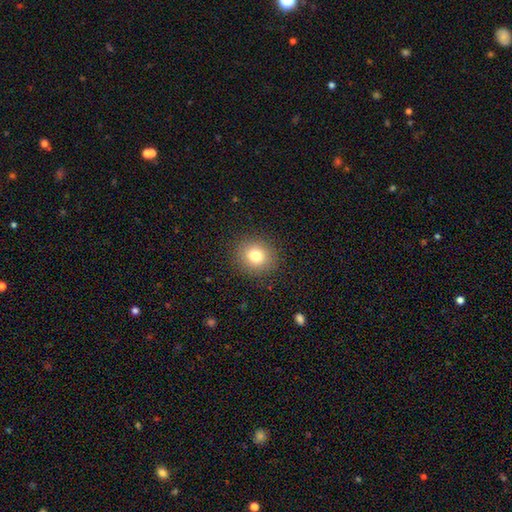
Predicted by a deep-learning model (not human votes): Smooth or featured: smooth — 78% (star or artifact — 13%)
How rounded: round — 84% (in between — 15%)
Merging: none — 90% (minor disturbance — 7%)